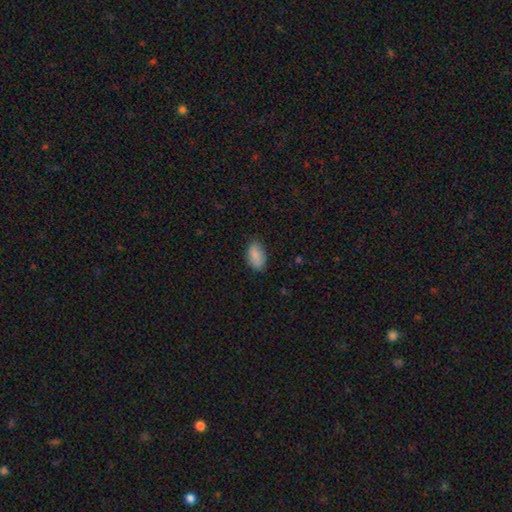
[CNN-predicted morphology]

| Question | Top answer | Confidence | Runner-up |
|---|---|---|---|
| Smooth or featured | smooth | 85% | featured or disk (8%) |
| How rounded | in between | 92% | round (5%) |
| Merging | none | 79% | minor disturbance (17%) |